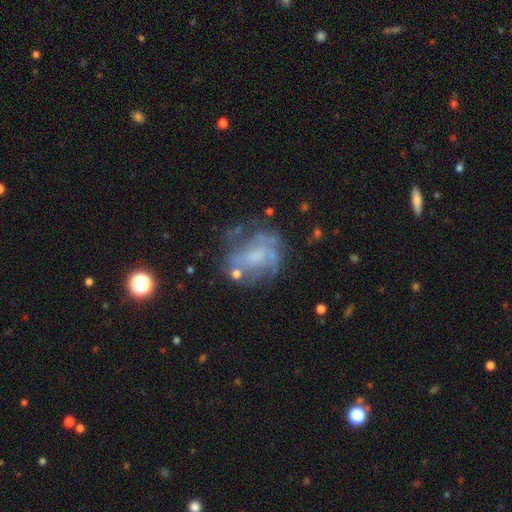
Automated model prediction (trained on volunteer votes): Q: Smooth or featured?
A: featured or disk (65%); runner-up: smooth (21%)
Q: Edge-on disk?
A: no (97%); runner-up: yes (3%)
Q: Bar?
A: no (69%); runner-up: weak (25%)
Q: Spiral arms?
A: yes (56%); runner-up: no (44%)
Q: Bulge size?
A: none (38%); runner-up: moderate (29%)
Q: Merging?
A: none (53%); runner-up: minor disturbance (21%)